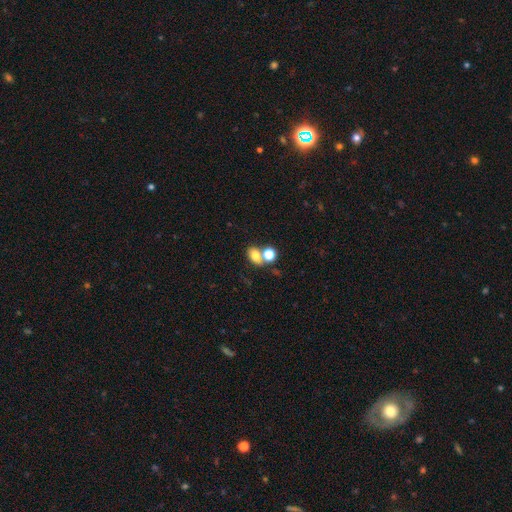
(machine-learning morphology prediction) smooth-or-featured: smooth: 76% | star or artifact: 13% | featured or disk: 12%
  how-rounded: in between: 69% | round: 30% | cigar-shaped: 2%
  merging: none: 43% | merger: 42% | minor disturbance: 10% | major disturbance: 5%